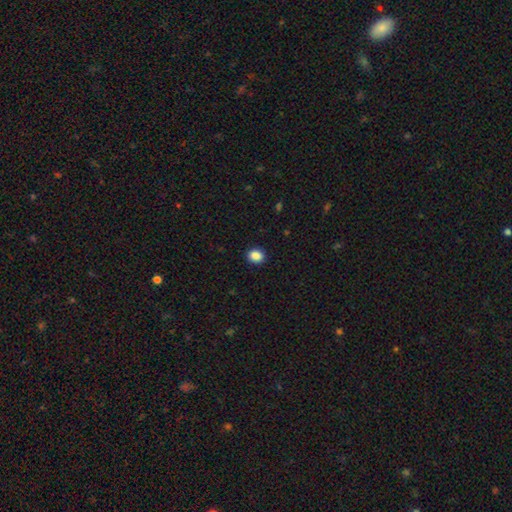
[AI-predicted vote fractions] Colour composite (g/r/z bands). It shows a smooth galaxy with no disk features (88%) that is round (54%). Merging: none (91%).